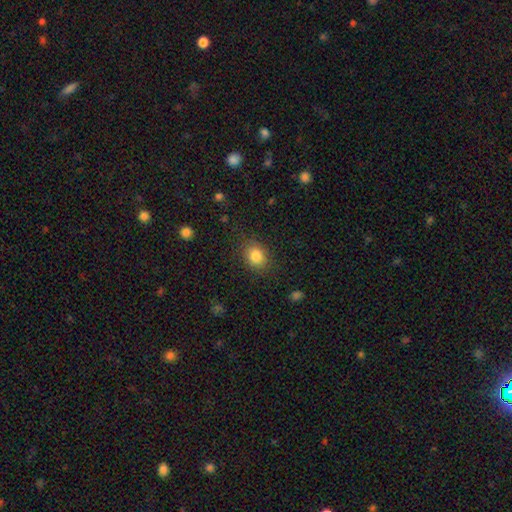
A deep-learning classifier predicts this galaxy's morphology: smooth 84%, star or artifact 10%, featured or disk 6%. Down the decision tree: how rounded — round (53%); merging — none (82%).